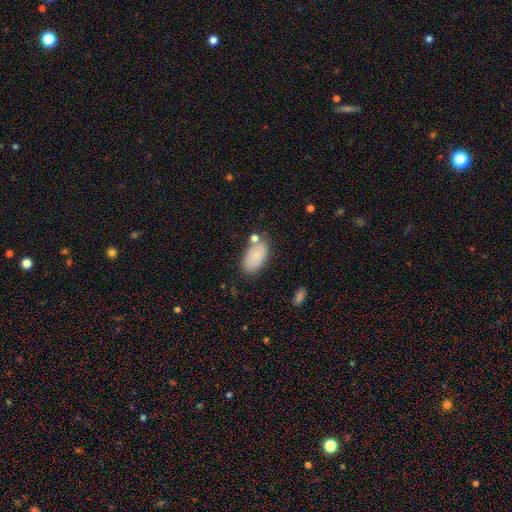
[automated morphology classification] This appears to be a smooth galaxy with no disk features (81%) that is in between round and cigar-shaped (94%). Merging: none (70%).